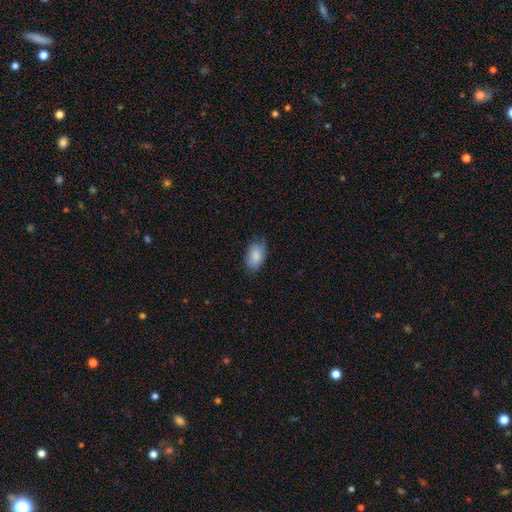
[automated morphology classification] A smooth galaxy with no disk features (85%) that is in between round and cigar-shaped (90%).

Vote fractions:
- Smooth or featured? smooth: 85% / featured or disk: 8% / star or artifact: 7%
- How rounded? in between: 90% / round: 9% / cigar-shaped: 1%
- Merging? none: 72% / minor disturbance: 22% / major disturbance: 4% / merger: 1%